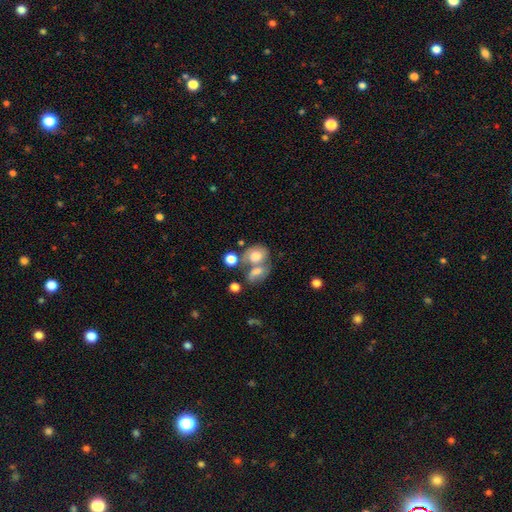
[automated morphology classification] Smooth or featured: smooth — 69% (featured or disk — 21%)
How rounded: in between — 50% (round — 48%)
Merging: merger — 50% (none — 32%)